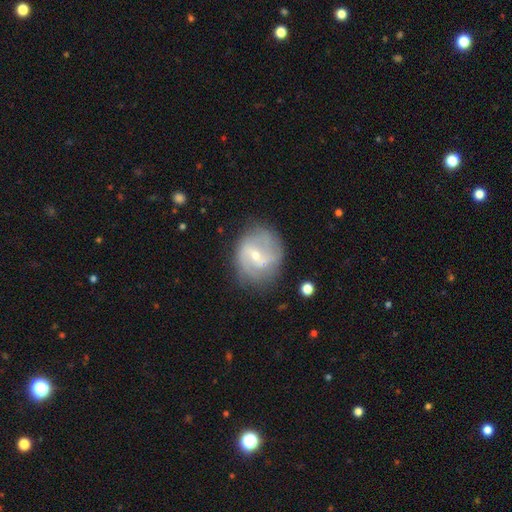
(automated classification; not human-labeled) Smooth or featured? Predicted: featured or disk (p=0.76). Edge-on disk? Predicted: no (p=0.97). Bar? Predicted: weak (p=0.51). Spiral arms? Predicted: yes (p=0.86). Spiral winding? Predicted: medium (p=0.44). Spiral arm count? Predicted: 2 (p=0.69). Bulge size? Predicted: small (p=0.61). Merging? Predicted: none (p=0.73).